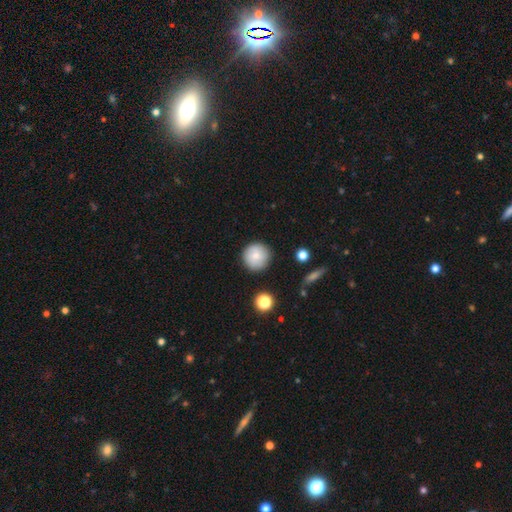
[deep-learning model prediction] This is likely a smooth galaxy (79%). How rounded: clearly round (95%). Merging: clearly none (87%).